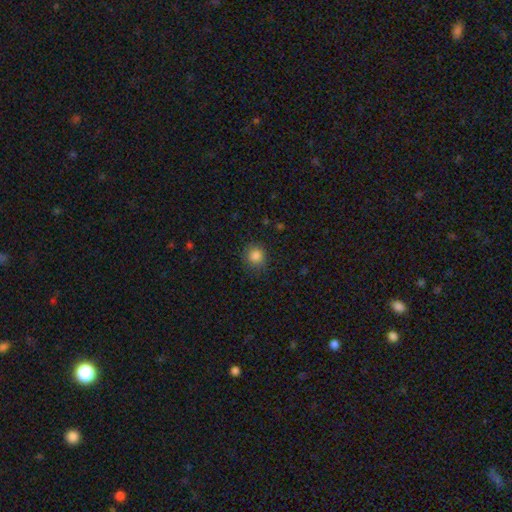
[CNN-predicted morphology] A smooth galaxy with no disk features (85%) that is round (88%). Merging: none (83%).